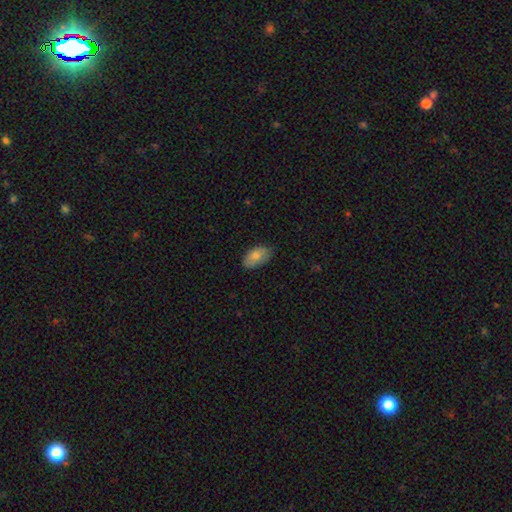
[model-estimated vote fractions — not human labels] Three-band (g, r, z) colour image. It shows a smooth galaxy with no disk features (80%) that is in between round and cigar-shaped (94%). Merging: none (80%).